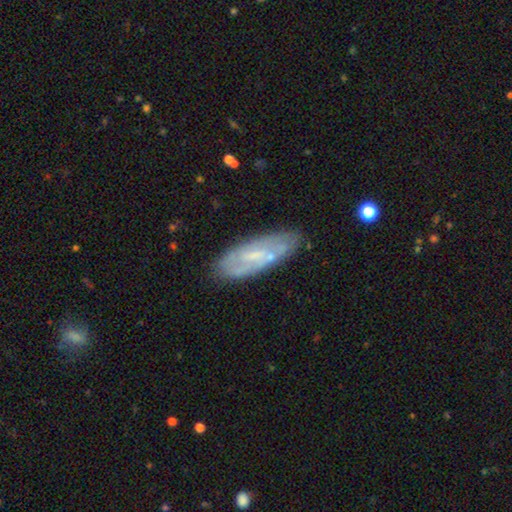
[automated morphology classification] Smooth or featured?
  - featured or disk: 58% *
  - smooth: 35%
  - star or artifact: 7%
Edge-on disk?
  - no: 82% *
  - yes: 18%
Merging?
  - none: 73% *
  - minor disturbance: 18%
  - major disturbance: 5%
  - merger: 3%